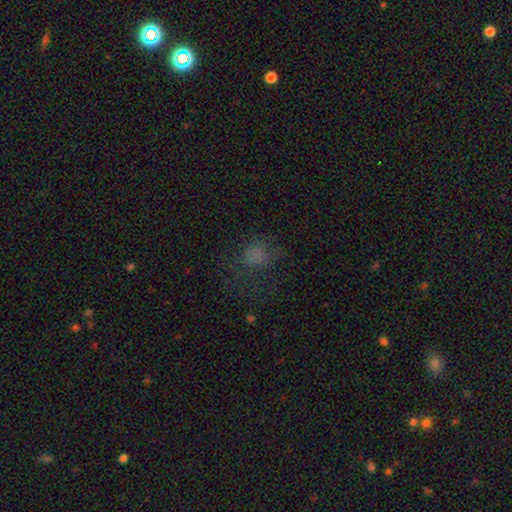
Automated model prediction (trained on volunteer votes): smooth-or-featured: smooth: 63% | star or artifact: 24% | featured or disk: 13%
  how-rounded: round: 60% | in between: 39% | cigar-shaped: 2%
  merging: none: 53% | major disturbance: 26% | minor disturbance: 18% | merger: 2%